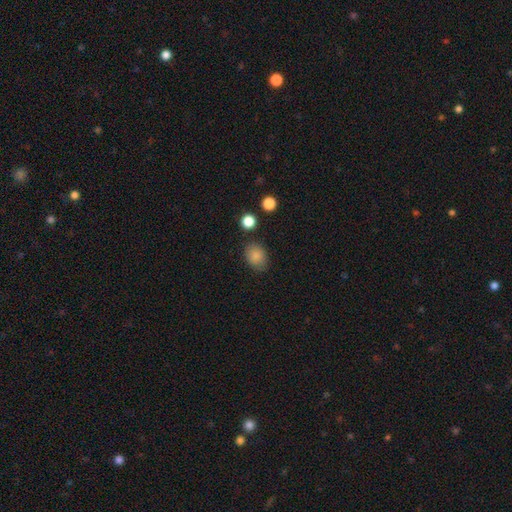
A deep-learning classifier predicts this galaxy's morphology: A smooth galaxy with no disk features (86%) that is in between round and cigar-shaped (64%).

Vote fractions:
- Smooth or featured? smooth: 86% / star or artifact: 9% / featured or disk: 5%
- How rounded? in between: 64% / round: 35% / cigar-shaped: 1%
- Merging? none: 80% / minor disturbance: 14% / major disturbance: 4% / merger: 3%